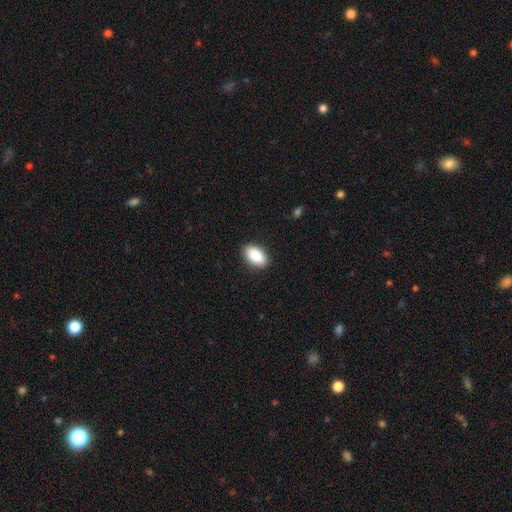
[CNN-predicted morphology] smooth_or_featured: smooth (p=0.89) [alt: star or artifact p=0.06]
how_rounded: in between (p=0.94) [alt: round p=0.04]
merging: none (p=0.89) [alt: minor disturbance p=0.08]